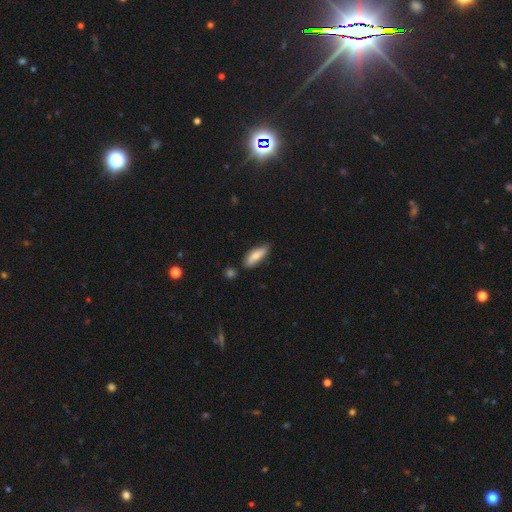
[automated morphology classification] smooth 75%, featured or disk 19%, star or artifact 6%. Down the decision tree: how rounded — in between (62%); merging — none (68%).